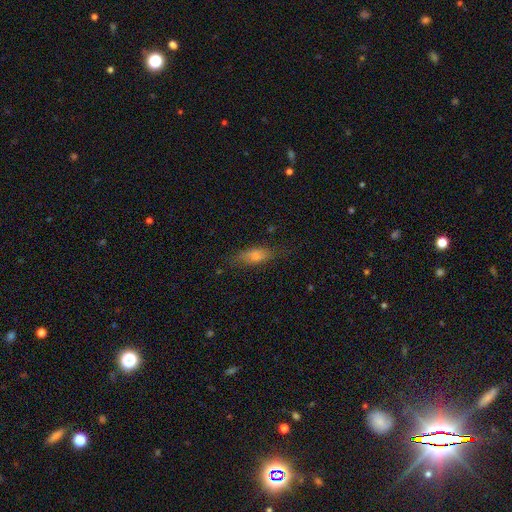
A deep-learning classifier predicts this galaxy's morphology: This is likely a smooth galaxy (62%). How rounded: possibly in between (51%). Merging: likely none (73%).